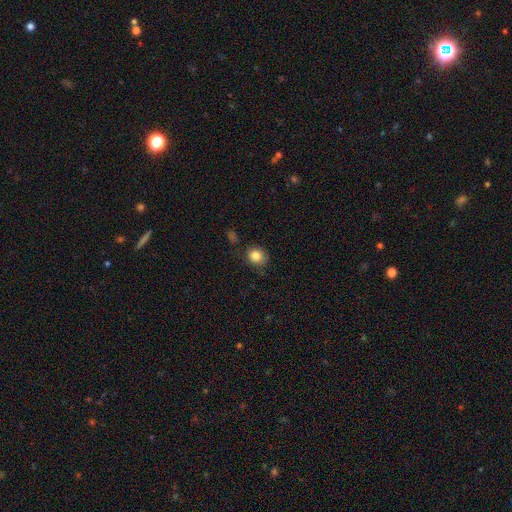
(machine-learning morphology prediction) This appears to be a smooth galaxy with no disk features (83%) that is round (76%). Merging: none (76%).